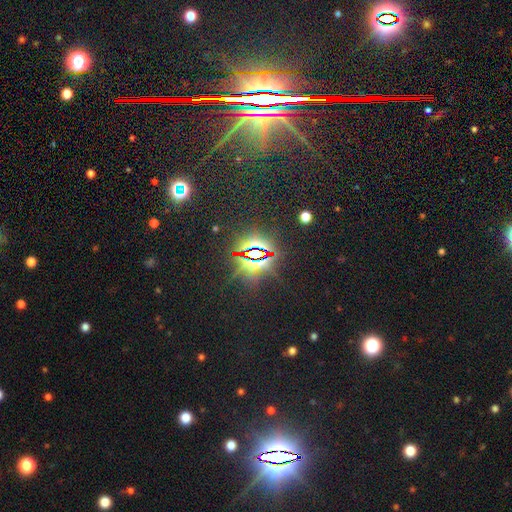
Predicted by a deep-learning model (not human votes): Q: Smooth or featured?
A: star or artifact (82%); runner-up: smooth (10%)